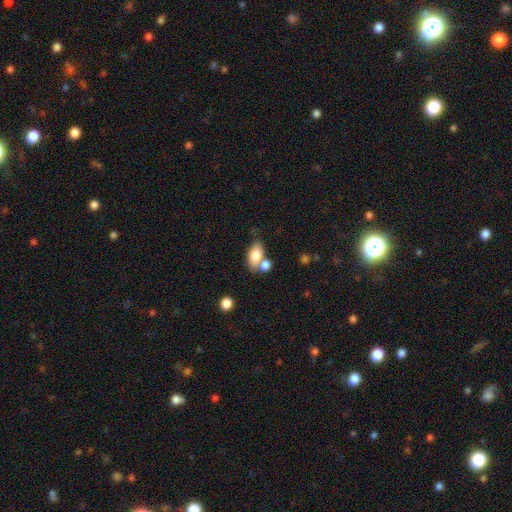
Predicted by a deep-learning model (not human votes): This appears to be a smooth galaxy with no disk features (77%) that is in between round and cigar-shaped (88%). Merging: none (46%).